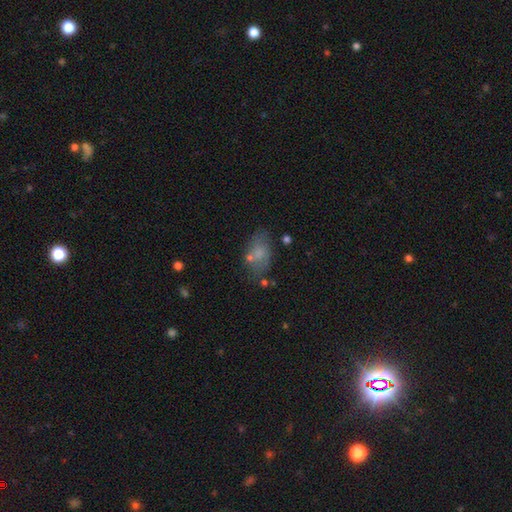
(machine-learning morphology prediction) type=smooth (56%); roundness=in between (82%); merging=none (59%).